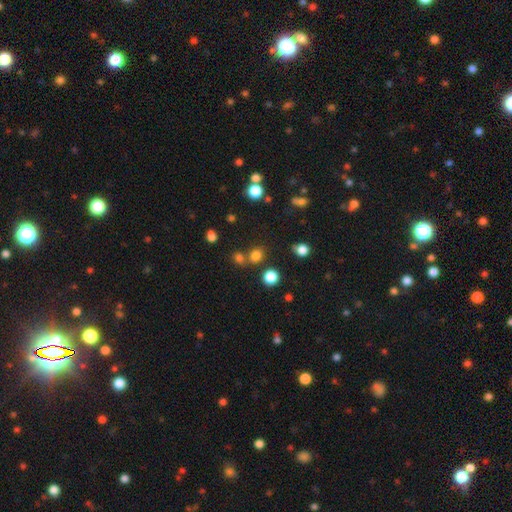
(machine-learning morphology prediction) Smooth or featured? Predicted: smooth (p=0.75). How rounded? Predicted: round (p=0.71). Merging? Predicted: none (p=0.65).